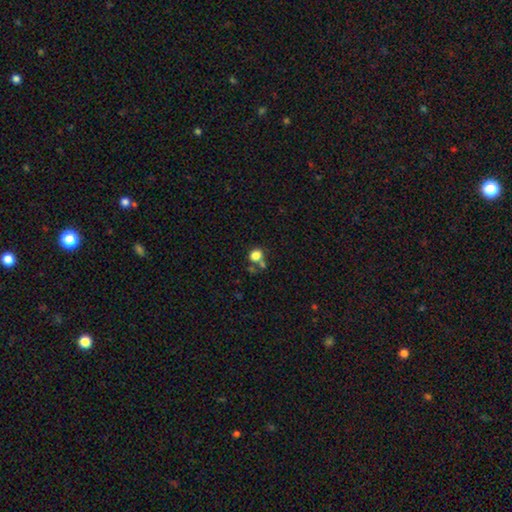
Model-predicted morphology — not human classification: This is clearly a smooth galaxy (81%). How rounded: likely round (61%). Merging: possibly none (54%).